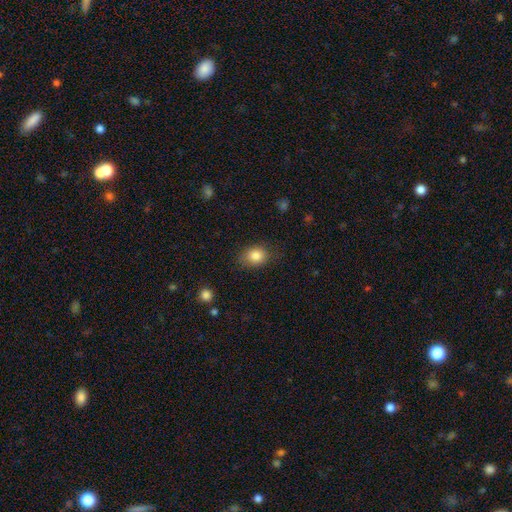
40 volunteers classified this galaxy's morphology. A smooth galaxy with no disk features (85%) that is in between round and cigar-shaped (59%). Merging: none (66%).